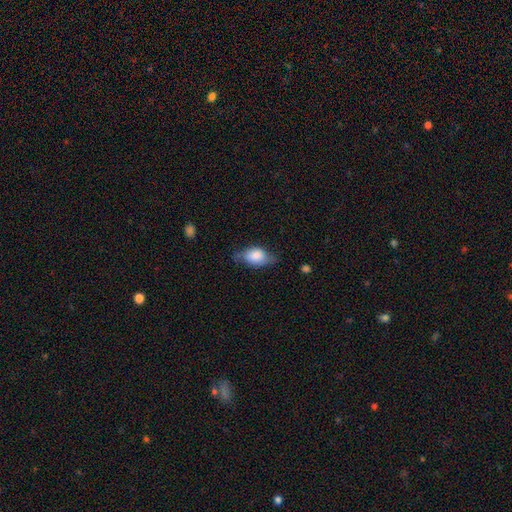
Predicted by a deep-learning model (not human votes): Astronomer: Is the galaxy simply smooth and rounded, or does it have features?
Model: smooth — 73%.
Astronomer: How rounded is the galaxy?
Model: in between — 83%.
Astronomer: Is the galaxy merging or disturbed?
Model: none — 54% (runner-up: minor disturbance, 33%).